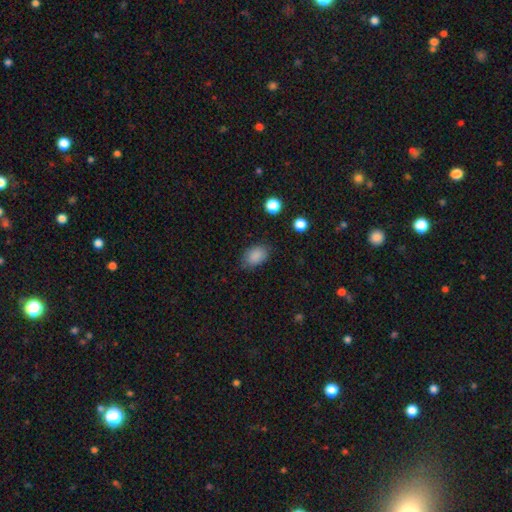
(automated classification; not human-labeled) This appears to be a smooth galaxy with no disk features (87%) that is in between round and cigar-shaped (83%). Merging: none (77%).